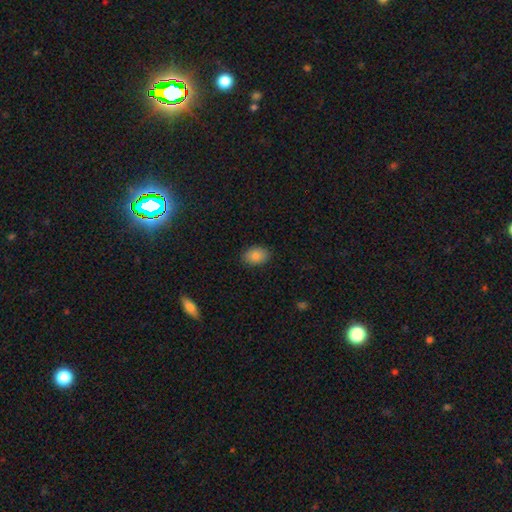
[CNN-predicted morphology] A smooth galaxy with no disk features (84%) that is in between round and cigar-shaped (81%). Merging: none (87%).